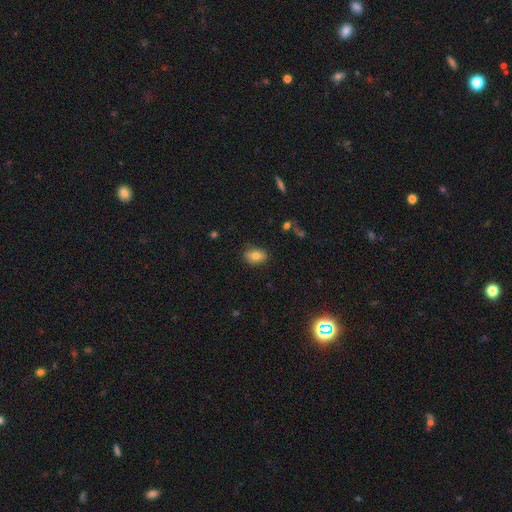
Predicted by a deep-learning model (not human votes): smooth_or_featured: smooth (p=0.80) [alt: featured or disk p=0.11]
how_rounded: in between (p=0.79) [alt: round p=0.20]
merging: none (p=0.84) [alt: minor disturbance p=0.12]